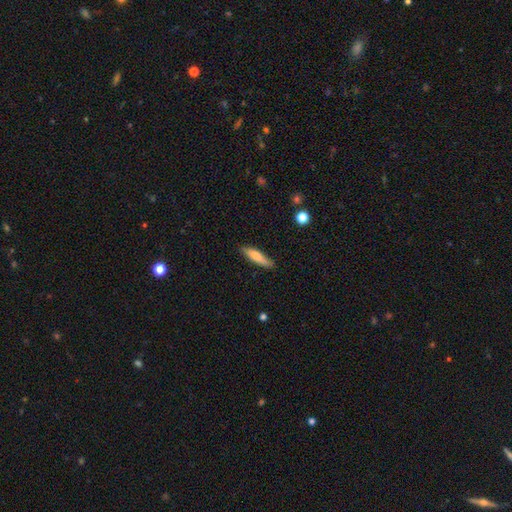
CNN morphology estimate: smooth-or-featured: smooth: 73% | featured or disk: 21% | star or artifact: 6%
  how-rounded: cigar-shaped: 77% | in between: 21% | round: 2%
  merging: none: 82% | minor disturbance: 14% | major disturbance: 2% | merger: 1%